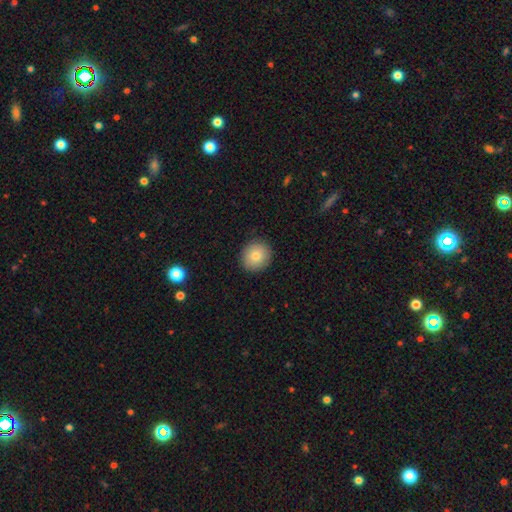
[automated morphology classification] Smooth or featured: smooth — 80% (featured or disk — 11%)
How rounded: round — 88% (in between — 11%)
Merging: none — 91% (minor disturbance — 6%)